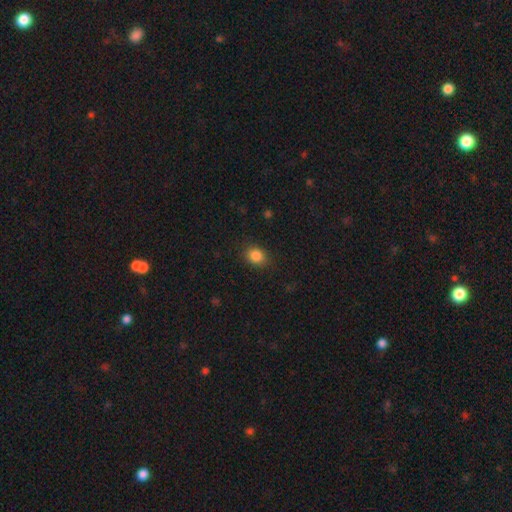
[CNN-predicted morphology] smooth_or_featured: smooth (p=0.85) [alt: star or artifact p=0.10]
how_rounded: round (p=0.53) [alt: in between p=0.46]
merging: none (p=0.85) [alt: minor disturbance p=0.11]